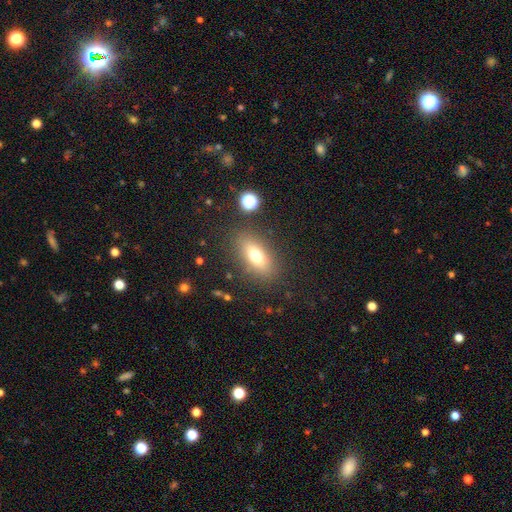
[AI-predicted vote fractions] Smooth or featured? Predicted: smooth (p=0.70). How rounded? Predicted: in between (p=0.78). Merging? Predicted: none (p=0.84).